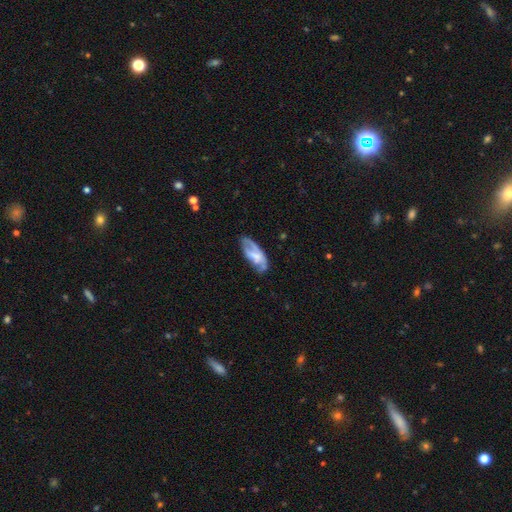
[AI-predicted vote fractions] Smooth or featured? featured or disk (53%)
Edge-on disk? no (87%)
Merging? none (45%)